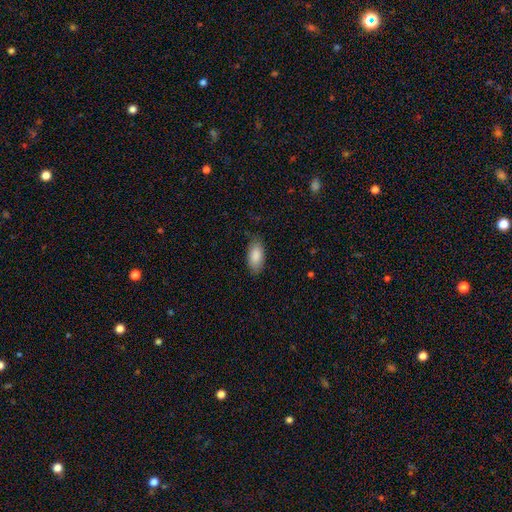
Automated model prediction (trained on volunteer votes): Overall: smooth (87%). How rounded: in between (92%). Merging: none (79%).